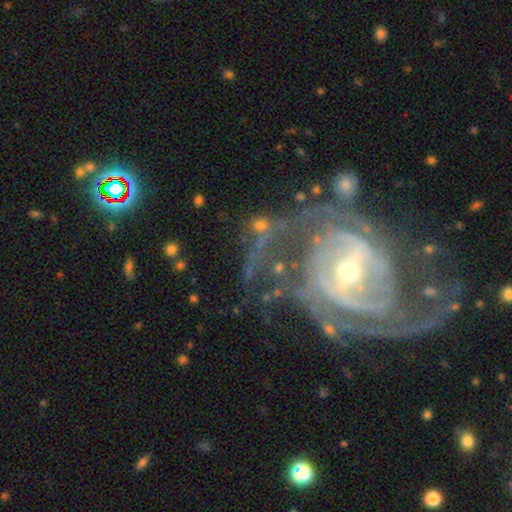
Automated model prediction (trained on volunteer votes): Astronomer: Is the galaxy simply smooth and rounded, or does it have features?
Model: featured or disk — 86%.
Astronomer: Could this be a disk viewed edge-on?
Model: no — 96%.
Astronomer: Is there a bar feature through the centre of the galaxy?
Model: weak — 39% (runner-up: strong, 37%).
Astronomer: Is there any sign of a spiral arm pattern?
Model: yes — 91%.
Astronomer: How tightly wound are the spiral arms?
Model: tight — 49% (runner-up: medium, 37%).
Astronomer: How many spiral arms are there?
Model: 2 — 33% (runner-up: can't tell, 31%).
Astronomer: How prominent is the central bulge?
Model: small — 57% (runner-up: moderate, 38%).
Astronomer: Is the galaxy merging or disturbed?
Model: none — 47% (runner-up: major disturbance, 28%).